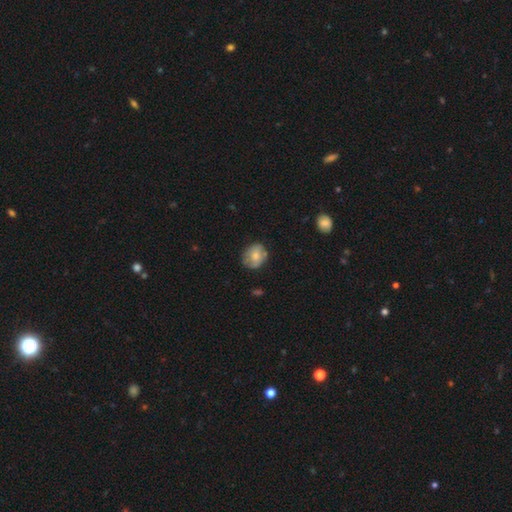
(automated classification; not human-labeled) Morphology: type=smooth (67%); roundness=round (64%); merging=none (68%).